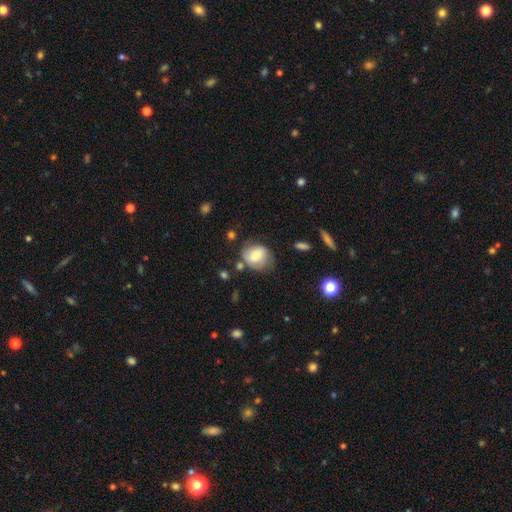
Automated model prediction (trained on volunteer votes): smooth_or_featured: smooth (p=0.66) [alt: featured or disk p=0.25]
how_rounded: round (p=0.64) [alt: in between p=0.35]
merging: none (p=0.62) [alt: minor disturbance p=0.24]